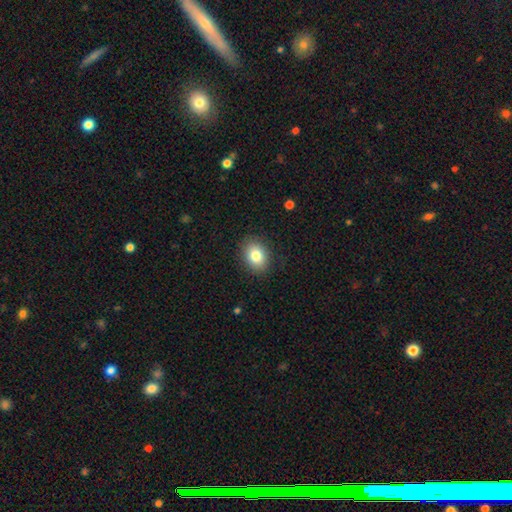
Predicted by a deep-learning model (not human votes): The model was most divided on "how rounded": in between: 64%, round: 35%, cigar-shaped: 1%. More confident: merging — none (87%); smooth or featured — smooth (82%).